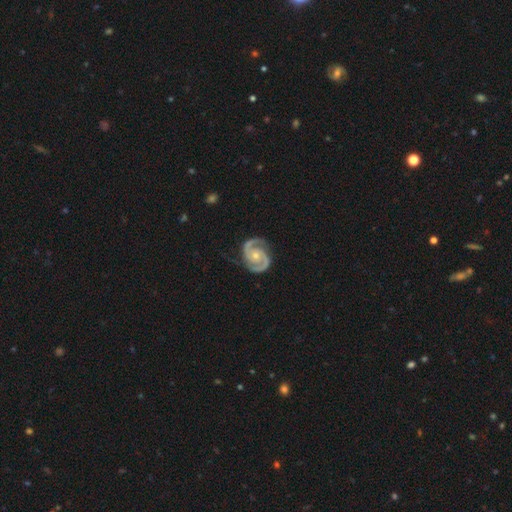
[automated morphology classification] This appears to be a featured or disk galaxy (94%) with no bar (69%), 2 (94%) medium (48%) spiral arms (99%) and a small central bulge (51%). Merging: none (83%).